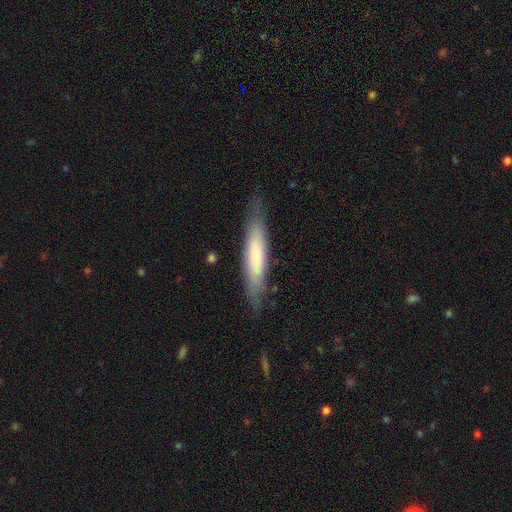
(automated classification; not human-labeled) smooth-or-featured: smooth: 64% | featured or disk: 30% | star or artifact: 6%
  how-rounded: cigar-shaped: 85% | in between: 14% | round: 1%
  merging: none: 80% | minor disturbance: 15% | major disturbance: 4% | merger: 1%